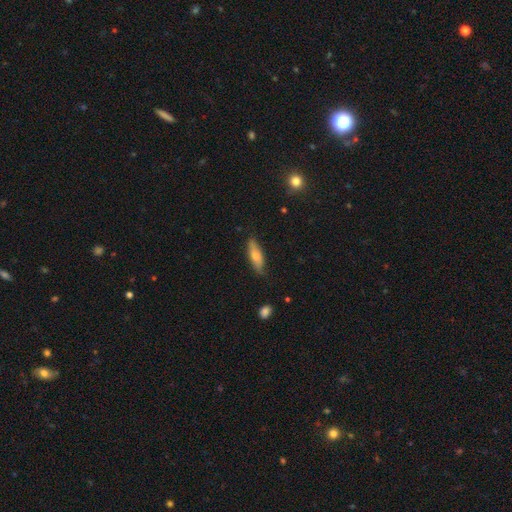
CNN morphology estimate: Smooth or featured? smooth (64%)
How rounded? cigar-shaped (56%)
Merging? none (79%)